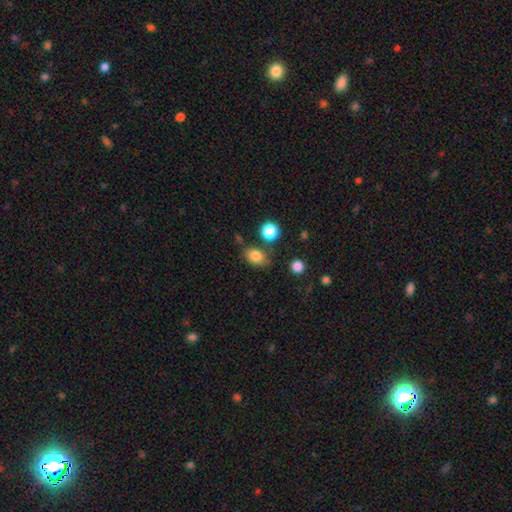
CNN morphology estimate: This is clearly a smooth galaxy (81%). How rounded: likely in between (67%). Merging: likely none (72%).